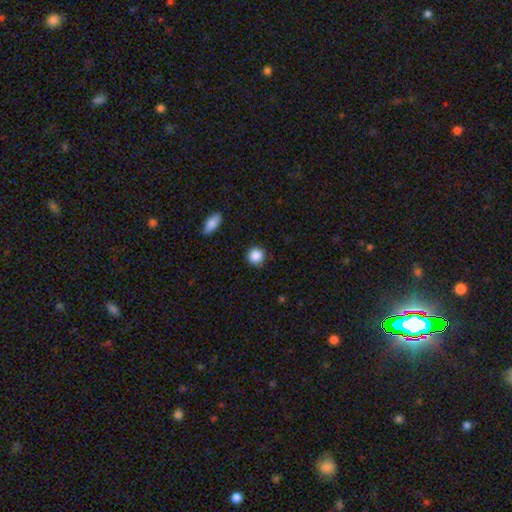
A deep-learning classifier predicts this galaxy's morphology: A smooth galaxy with no disk features (88%) that is round (93%). Merging: none (89%).